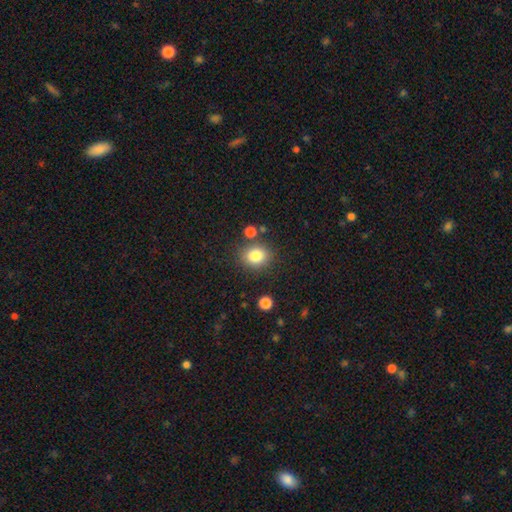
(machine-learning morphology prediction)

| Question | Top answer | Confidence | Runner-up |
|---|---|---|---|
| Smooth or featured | smooth | 82% | star or artifact (11%) |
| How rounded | round | 67% | in between (32%) |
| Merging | none | 79% | minor disturbance (11%) |